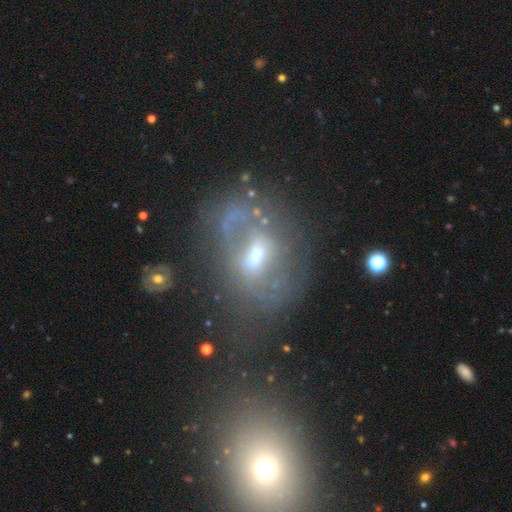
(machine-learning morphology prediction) The model was most divided on "bulge size": moderate: 49%, small: 43%, large: 4%, none: 2%, dominant: 1%. Remaining: edge-on disk — no (95%); smooth or featured — featured or disk (67%); spiral arms — yes (56%); bar — weak (44%); merging — none (42%).